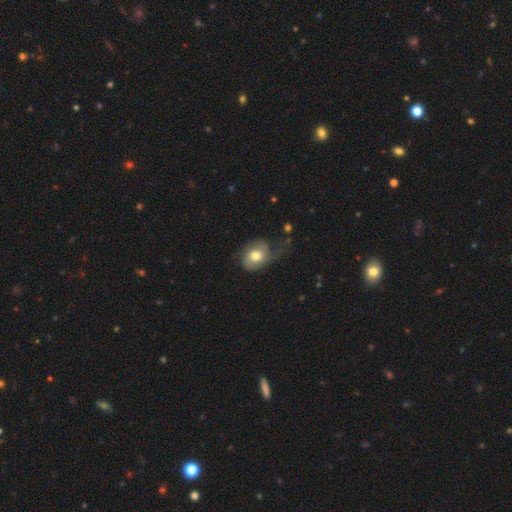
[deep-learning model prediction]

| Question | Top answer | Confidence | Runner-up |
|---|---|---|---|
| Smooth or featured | smooth | 59% | featured or disk (34%) |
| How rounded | in between | 58% | round (41%) |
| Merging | major disturbance | 34% | none (33%) |